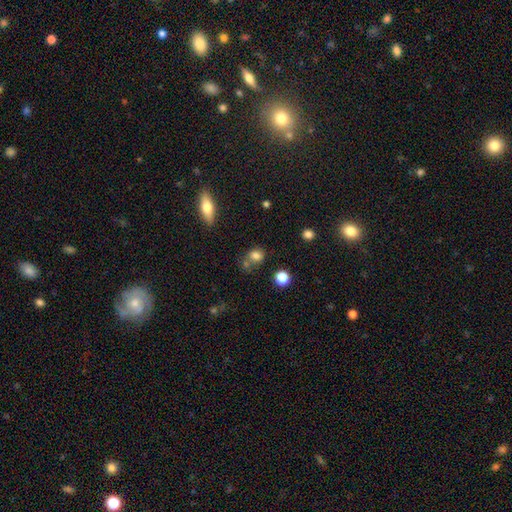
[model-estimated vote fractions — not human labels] Morphology: type=smooth (78%); roundness=round (56%); merging=none (55%).